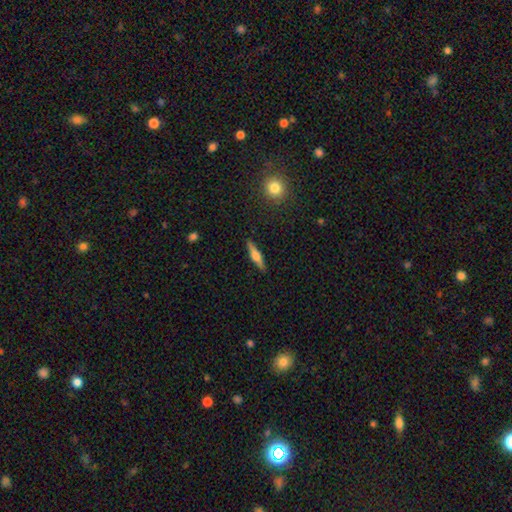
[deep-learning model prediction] Overall: featured or disk (58%; smooth 35%). Edge-on disk: yes (97%). Edge-on bulge: rounded (90%). Merging: none (90%).